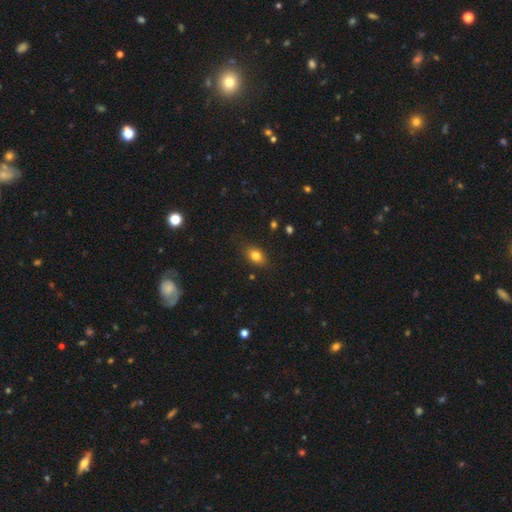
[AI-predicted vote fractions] The model was most divided on "how rounded": in between: 77%, round: 20%, cigar-shaped: 3%. More confident: merging — none (82%); smooth or featured — smooth (80%).